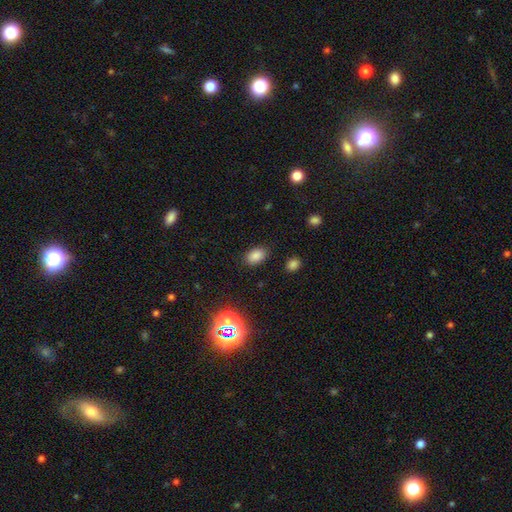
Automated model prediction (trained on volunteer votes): A smooth galaxy with no disk features (82%) that is in between round and cigar-shaped (86%).

Vote fractions:
- Smooth or featured? smooth: 82% / star or artifact: 13% / featured or disk: 5%
- How rounded? in between: 86% / round: 13% / cigar-shaped: 1%
- Merging? none: 86% / minor disturbance: 10% / major disturbance: 3% / merger: 2%